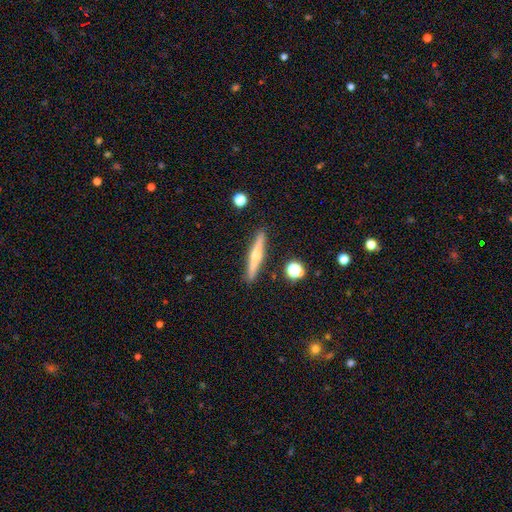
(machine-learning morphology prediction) type=featured or disk (62%); edge-on=yes (97%); edge-on bulge=rounded (88%); merging=none (90%).